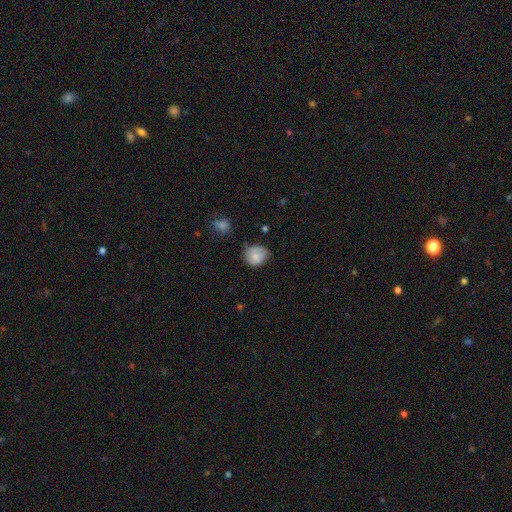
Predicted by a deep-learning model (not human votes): smooth-or-featured: smooth: 74% | featured or disk: 18% | star or artifact: 8%
  how-rounded: round: 73% | in between: 26% | cigar-shaped: 1%
  merging: none: 57% | minor disturbance: 32% | major disturbance: 8% | merger: 3%